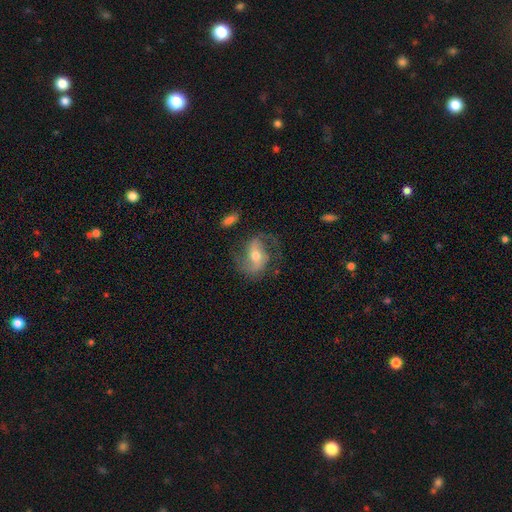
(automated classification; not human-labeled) Smooth or featured? featured or disk (77%)
Edge-on disk? no (96%)
Bar? weak (38%)
Spiral arms? yes (91%)
Spiral winding? medium (47%)
Spiral arm count? 2 (86%)
Bulge size? moderate (62%)
Merging? none (67%)